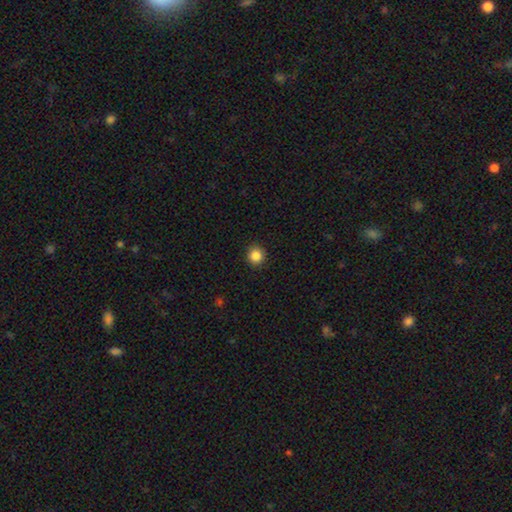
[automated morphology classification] Smooth or featured? Predicted: smooth (p=0.86). How rounded? Predicted: round (p=0.93). Merging? Predicted: none (p=0.92).